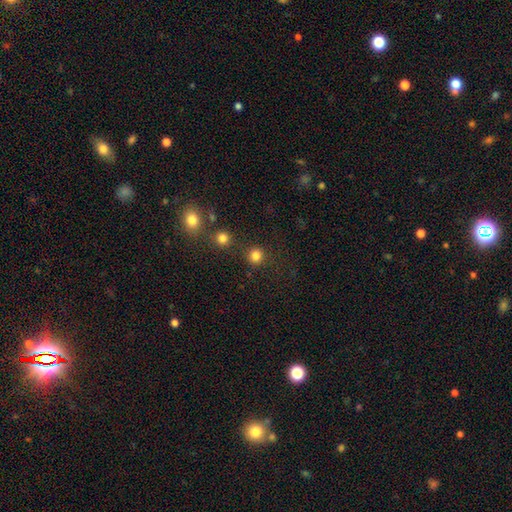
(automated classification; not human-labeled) smooth_or_featured: smooth (p=0.83) [alt: star or artifact p=0.14]
how_rounded: round (p=0.92) [alt: in between p=0.07]
merging: none (p=0.84) [alt: minor disturbance p=0.07]